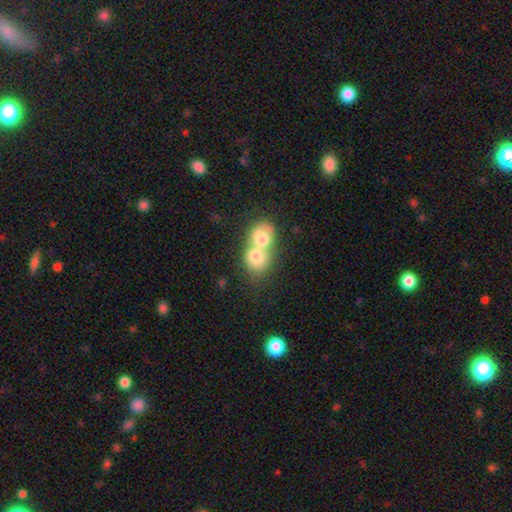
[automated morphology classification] This is likely a smooth galaxy (73%). How rounded: likely round (62%). Merging: likely merger (76%).